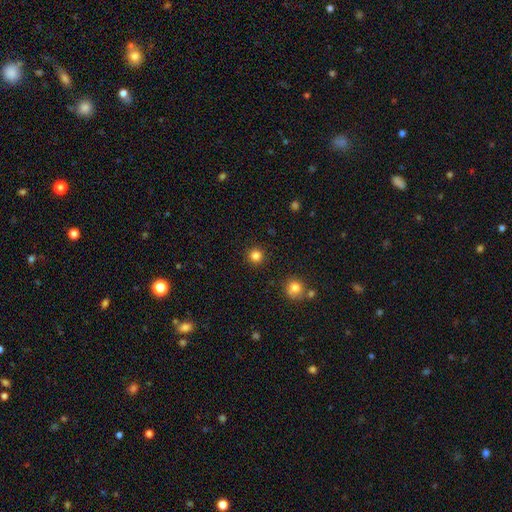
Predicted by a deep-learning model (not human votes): A smooth galaxy with no disk features (83%) that is round (95%). Merging: none (92%).